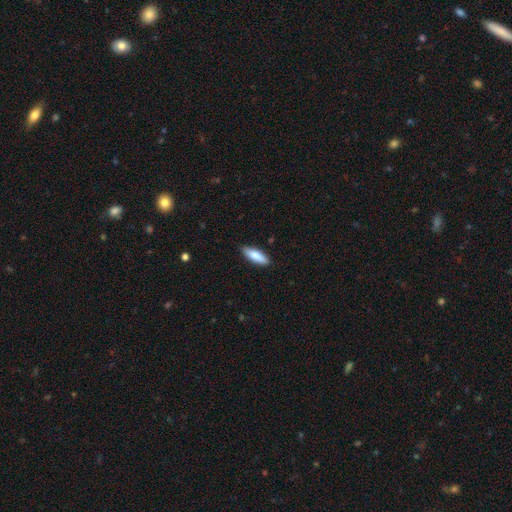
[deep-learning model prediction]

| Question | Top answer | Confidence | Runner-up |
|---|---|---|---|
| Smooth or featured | smooth | 83% | featured or disk (12%) |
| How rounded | in between | 54% | cigar-shaped (45%) |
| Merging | none | 86% | minor disturbance (11%) |